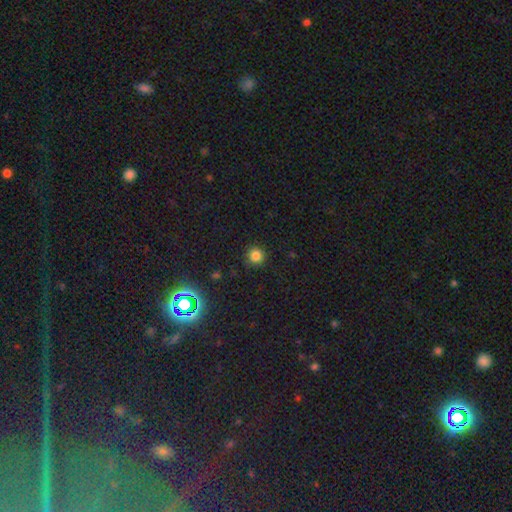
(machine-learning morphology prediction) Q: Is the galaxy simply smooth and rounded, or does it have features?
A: smooth — 81%.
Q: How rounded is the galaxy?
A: round — 94%.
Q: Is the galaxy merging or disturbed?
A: none — 89%.